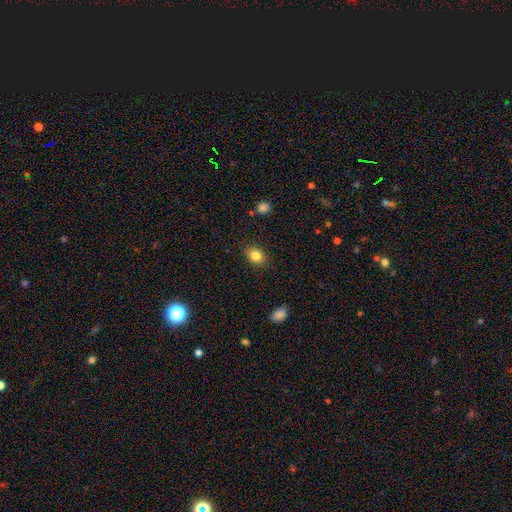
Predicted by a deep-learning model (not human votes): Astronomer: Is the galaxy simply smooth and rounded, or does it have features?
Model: smooth — 83%.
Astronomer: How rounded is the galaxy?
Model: in between — 62% (runner-up: round, 37%).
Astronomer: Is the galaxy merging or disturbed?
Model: none — 86%.